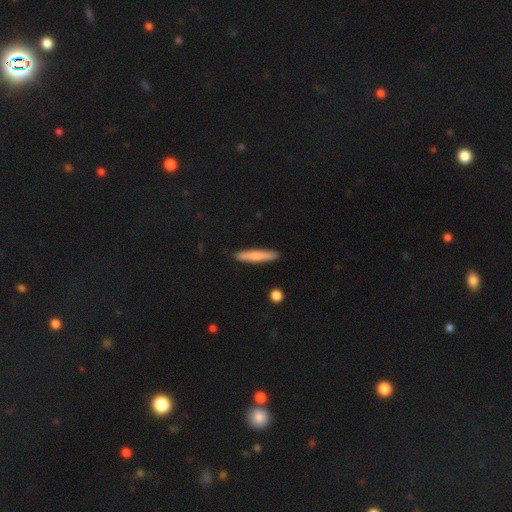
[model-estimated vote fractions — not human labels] This appears to be a smooth galaxy with no disk features (71%) that is cigar-shaped (92%). Merging: none (90%).